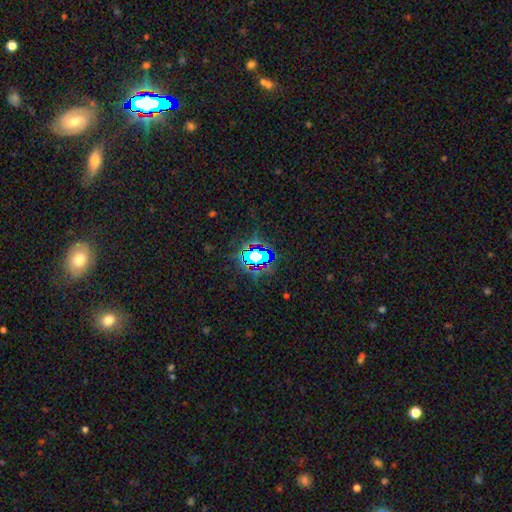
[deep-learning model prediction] This appears to be a star or artifact, not a galaxy (72%).